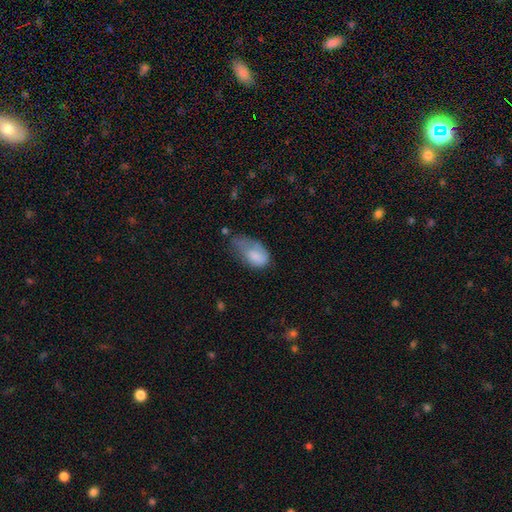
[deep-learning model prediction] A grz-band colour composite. It shows a smooth galaxy with no disk features (75%) that is in between round and cigar-shaped (91%). Merging: major disturbance (45%).